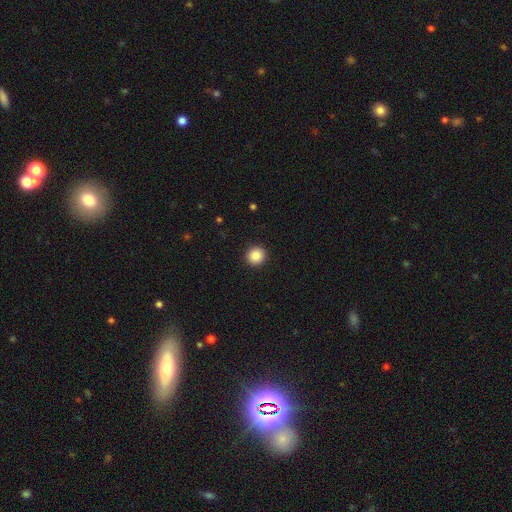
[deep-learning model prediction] A smooth galaxy with no disk features (87%) that is round (94%).

Vote fractions:
- Smooth or featured? smooth: 87% / star or artifact: 9% / featured or disk: 4%
- How rounded? round: 94% / in between: 5% / cigar-shaped: 1%
- Merging? none: 93% / minor disturbance: 4% / major disturbance: 2% / merger: 1%